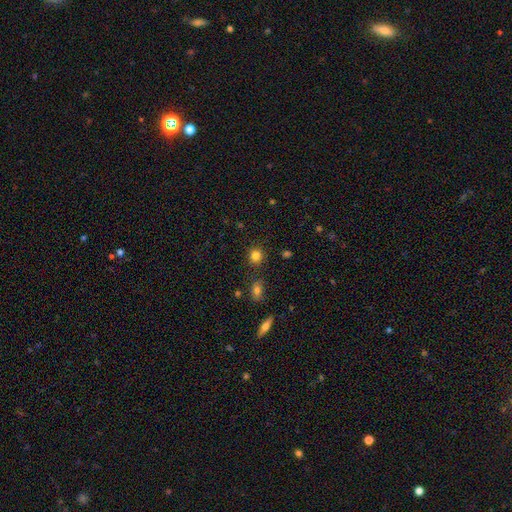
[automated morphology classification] Overall: smooth (83%). How rounded: round (89%). Merging: none (86%).